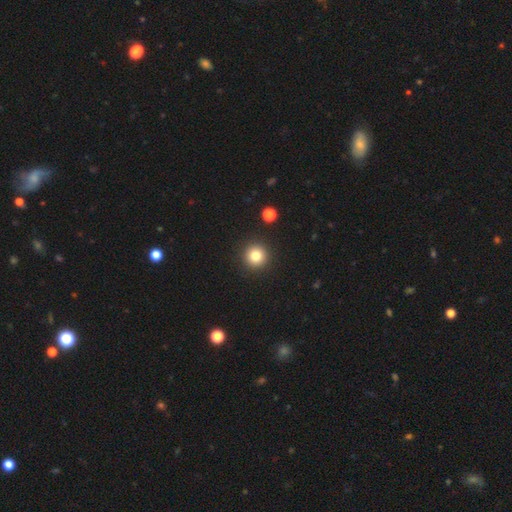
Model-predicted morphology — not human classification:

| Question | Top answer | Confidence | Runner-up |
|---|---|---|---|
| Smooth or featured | smooth | 81% | star or artifact (12%) |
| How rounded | round | 96% | in between (3%) |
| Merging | none | 92% | minor disturbance (5%) |